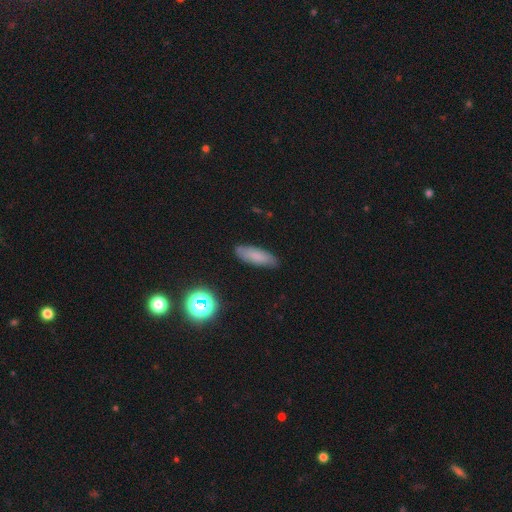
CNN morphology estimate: Smooth or featured? Predicted: smooth (p=0.76). How rounded? Predicted: in between (p=0.59). Merging? Predicted: none (p=0.83).